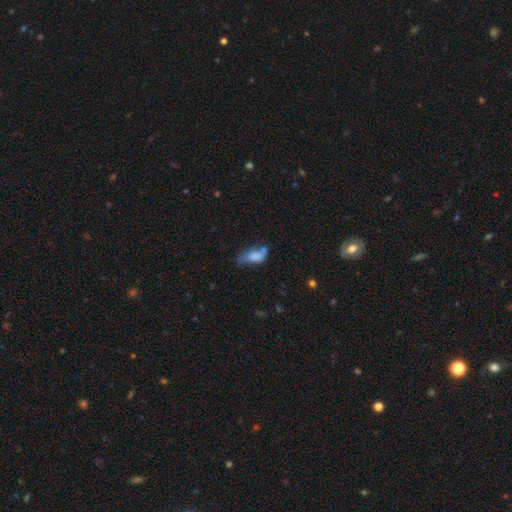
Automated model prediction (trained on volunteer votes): Smooth or featured?
  - smooth: 69% *
  - featured or disk: 21%
  - star or artifact: 10%
How rounded?
  - in between: 83% *
  - cigar-shaped: 12%
  - round: 5%
Merging?
  - minor disturbance: 31% *
  - none: 28%
  - major disturbance: 25%
  - merger: 16%